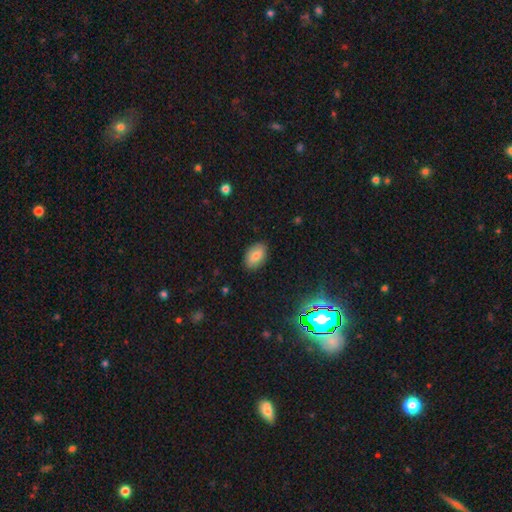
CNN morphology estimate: This appears to be a smooth galaxy with no disk features (80%) that is in between round and cigar-shaped (92%). Merging: none (86%).